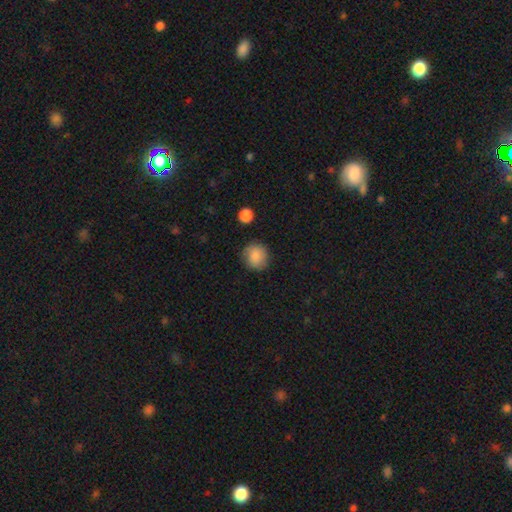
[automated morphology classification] smooth 86%, star or artifact 8%, featured or disk 5%. Down the decision tree: how rounded — round (88%); merging — none (84%).